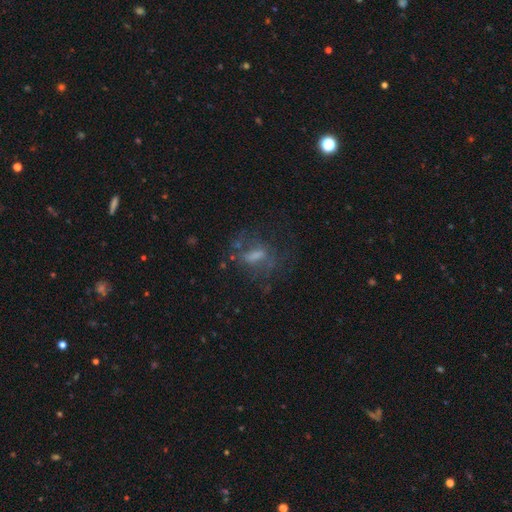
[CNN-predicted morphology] A featured or disk galaxy (43%). Merging: none (51%).